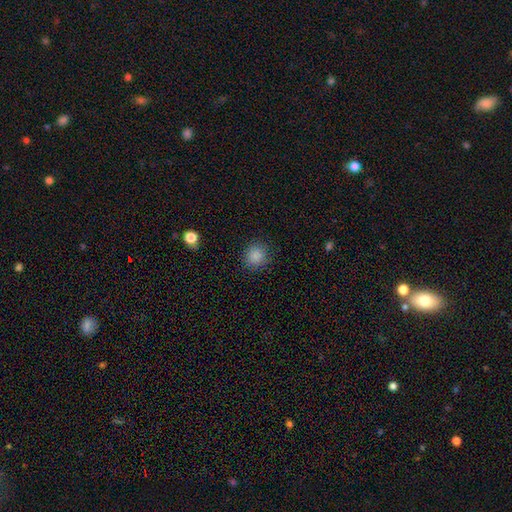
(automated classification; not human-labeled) Morphology: type=smooth (86%); roundness=round (86%); merging=none (87%).